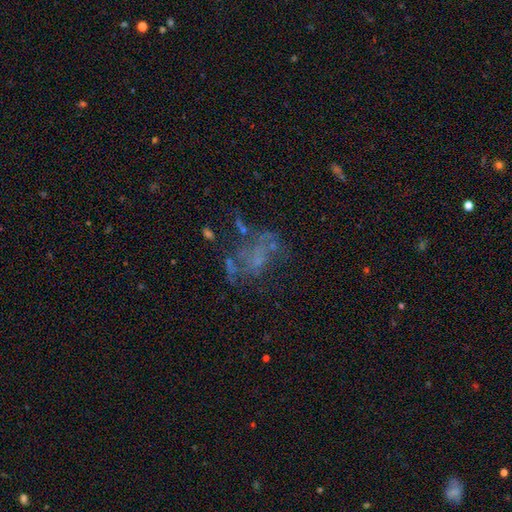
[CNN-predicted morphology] featured or disk 55%, star or artifact 25%, smooth 20%. Down the decision tree: edge-on disk — no (97%); bar — no (87%); spiral arms — no (79%); bulge size — none (69%); merging — none (40%).